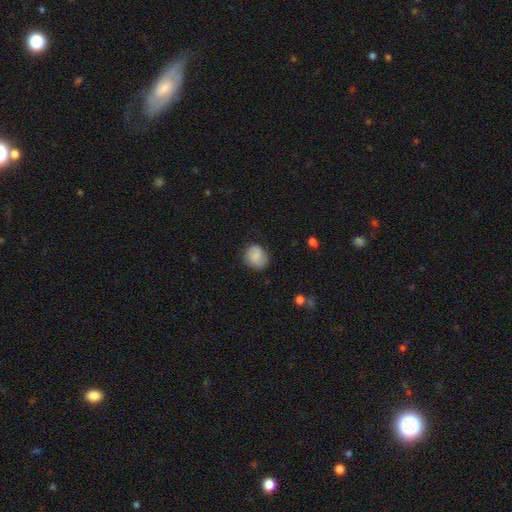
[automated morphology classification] The model was most divided on "smooth or featured": smooth: 70%, featured or disk: 22%, star or artifact: 8%. More confident: merging — none (76%); how rounded — round (76%).